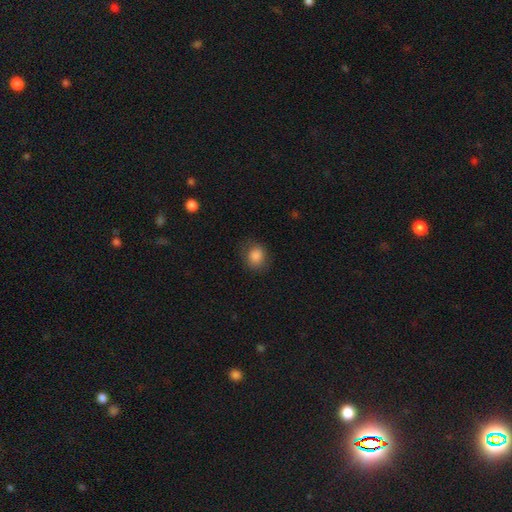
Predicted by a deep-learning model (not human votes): Smooth or featured? Predicted: smooth (p=0.86). How rounded? Predicted: round (p=0.67). Merging? Predicted: none (p=0.79).